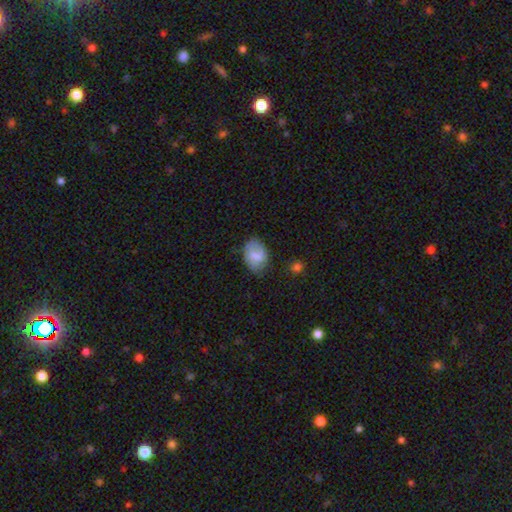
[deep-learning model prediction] A smooth galaxy with no disk features (64%) that is in between round and cigar-shaped (79%). Merging: none (64%).